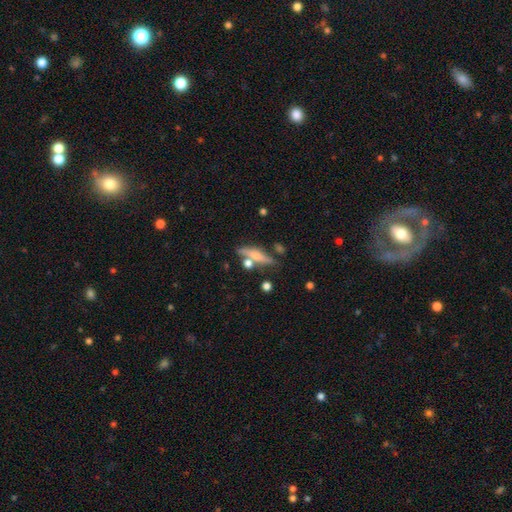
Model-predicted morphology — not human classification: A smooth galaxy with no disk features (46%, tied with featured or disk). Merging: none (68%).